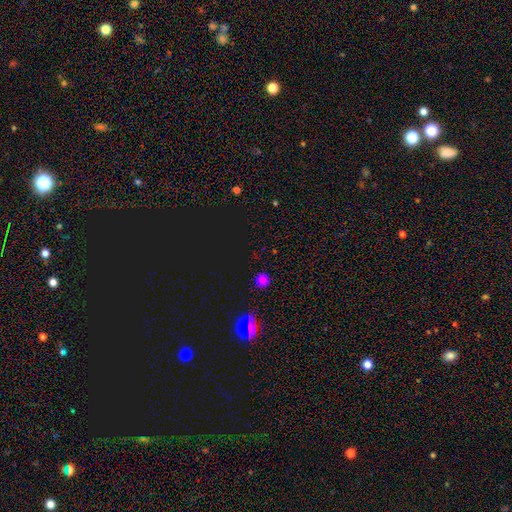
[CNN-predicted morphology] Overall: smooth (57%; star or artifact 38%). How rounded: round (92%). Merging: none (91%).